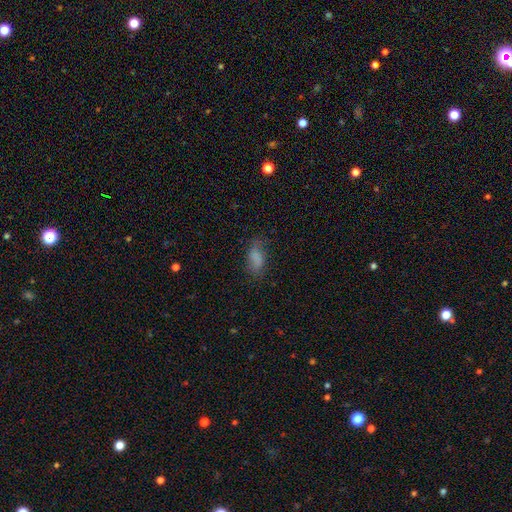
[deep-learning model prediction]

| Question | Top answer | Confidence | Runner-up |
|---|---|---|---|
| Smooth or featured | smooth | 75% | featured or disk (14%) |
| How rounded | in between | 85% | cigar-shaped (9%) |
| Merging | none | 59% | minor disturbance (26%) |